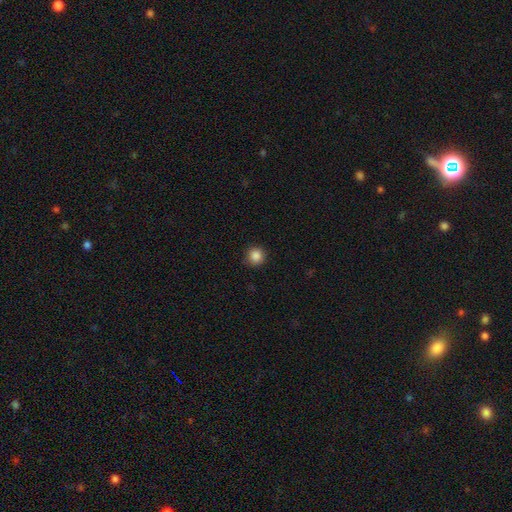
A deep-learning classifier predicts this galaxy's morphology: The model was most divided on "smooth or featured": smooth: 86%, star or artifact: 11%, featured or disk: 3%. More confident: how rounded — round (94%); merging — none (91%).